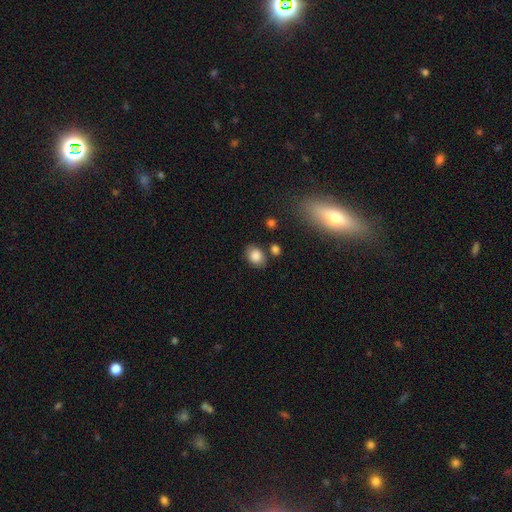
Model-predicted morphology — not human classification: smooth_or_featured: smooth (p=0.84) [alt: star or artifact p=0.09]
how_rounded: in between (p=0.68) [alt: round p=0.31]
merging: none (p=0.74) [alt: minor disturbance p=0.15]